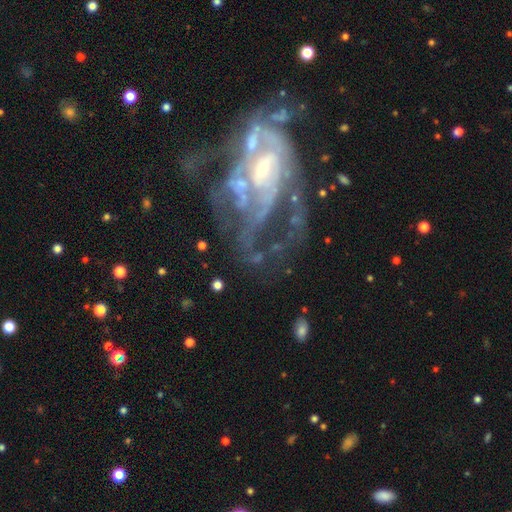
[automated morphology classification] type=featured or disk (80%); edge-on=no (96%); bar=no (57%); spiral arms=yes (70%); winding=medium (38%); arm count=can't tell (47%); bulge=moderate (38%); merging=major disturbance (38%).